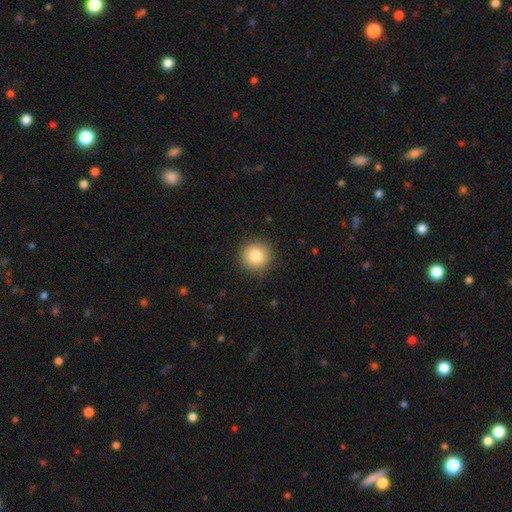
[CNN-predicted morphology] The model was most divided on "smooth or featured": smooth: 84%, star or artifact: 9%, featured or disk: 7%. More confident: how rounded — round (94%); merging — none (90%).